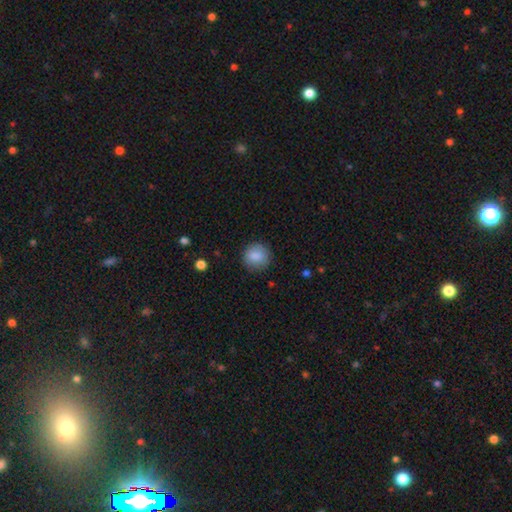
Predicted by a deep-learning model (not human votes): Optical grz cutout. It shows a smooth galaxy with no disk features (85%) that is round (87%). Merging: none (84%).